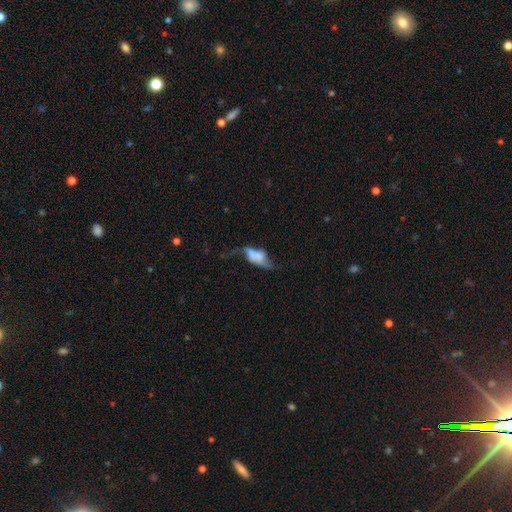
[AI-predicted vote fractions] This is possibly a smooth galaxy (47%). Merging: marginally major disturbance (38%).